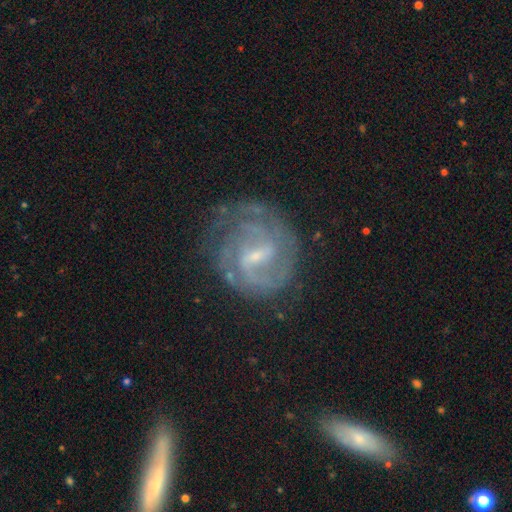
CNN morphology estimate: A featured or disk galaxy (86%) with a weak bar (59%), 2 (45%) tight (50%) spiral arms (95%) and a small central bulge (66%).

Vote fractions:
- Smooth or featured? featured or disk: 86% / smooth: 8% / star or artifact: 7%
- Edge-on disk? no: 98% / yes: 2%
- Bar? weak: 59% / strong: 26% / no: 15%
- Spiral arms? yes: 95% / no: 5%
- Spiral winding? tight: 50% / medium: 40% / loose: 10%
- Spiral arm count? 2: 45% / can't tell: 25% / 3: 16% / 4: 5% / 1: 5% / more than 4: 4%
- Bulge size? small: 66% / moderate: 24% / none: 8% / large: 1% / dominant: 1%
- Merging? none: 70% / minor disturbance: 18% / major disturbance: 10% / merger: 2%